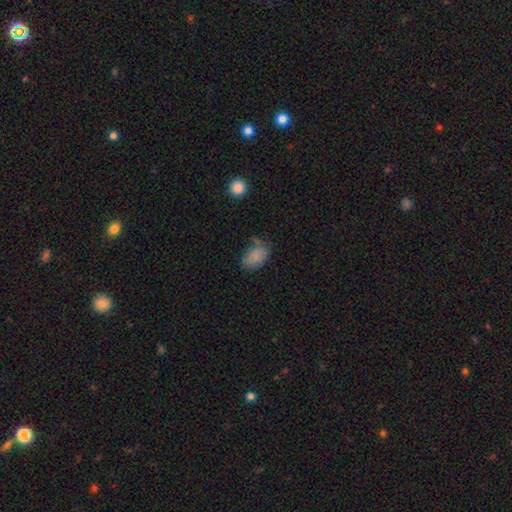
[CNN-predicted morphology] Smooth or featured?
  - smooth: 81% *
  - star or artifact: 9%
  - featured or disk: 9%
How rounded?
  - in between: 88% *
  - round: 10%
  - cigar-shaped: 1%
Merging?
  - none: 54% *
  - minor disturbance: 29%
  - major disturbance: 11%
  - merger: 6%